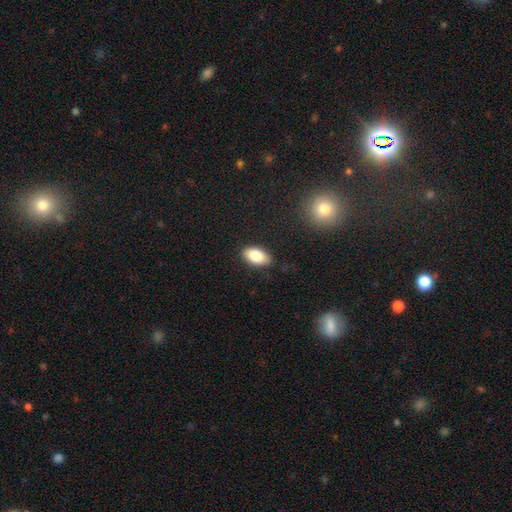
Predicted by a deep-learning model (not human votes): Q: Smooth or featured?
A: smooth (84%); runner-up: featured or disk (9%)
Q: How rounded?
A: in between (93%); runner-up: round (4%)
Q: Merging?
A: none (86%); runner-up: minor disturbance (10%)